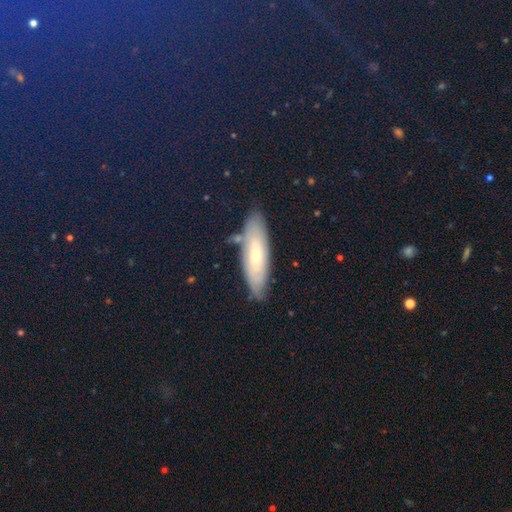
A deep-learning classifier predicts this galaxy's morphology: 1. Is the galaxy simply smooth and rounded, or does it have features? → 48% smooth, 36% featured or disk, 15% star or artifact.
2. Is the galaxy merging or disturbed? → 82% none, 13% minor disturbance, 3% major disturbance, 2% merger.